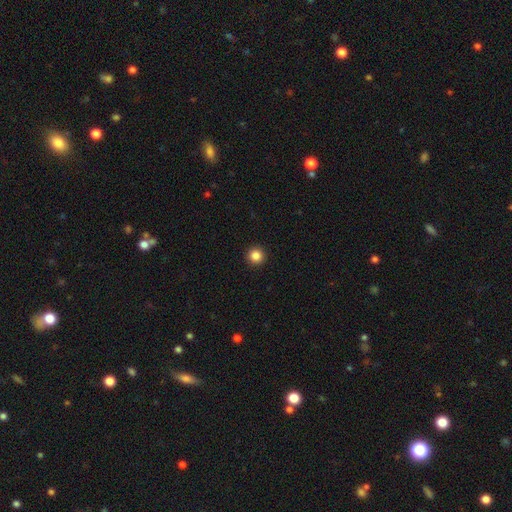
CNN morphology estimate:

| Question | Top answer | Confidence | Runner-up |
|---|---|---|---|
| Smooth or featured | smooth | 85% | star or artifact (11%) |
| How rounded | round | 96% | in between (3%) |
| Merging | none | 94% | minor disturbance (4%) |